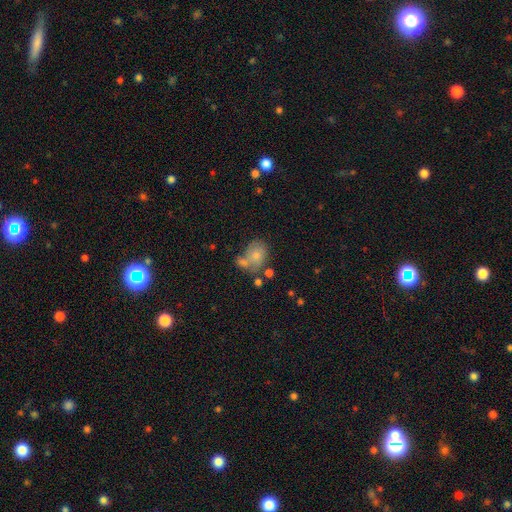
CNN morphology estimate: Q: Smooth or featured?
A: smooth (60%); runner-up: featured or disk (30%)
Q: How rounded?
A: in between (57%); runner-up: round (42%)
Q: Merging?
A: none (35%); runner-up: merger (34%)